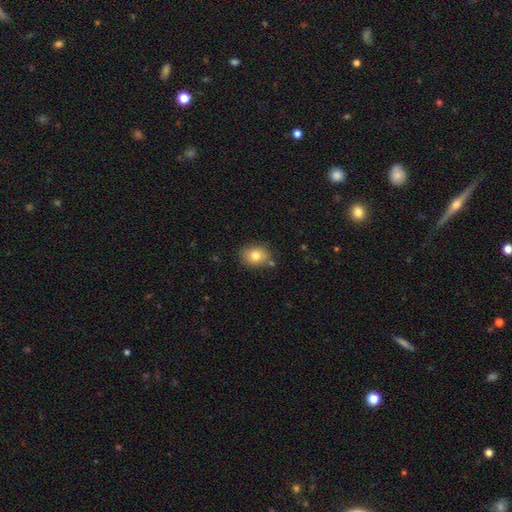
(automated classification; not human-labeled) This is likely a smooth galaxy (78%). How rounded: possibly in between (53%). Merging: likely none (78%).